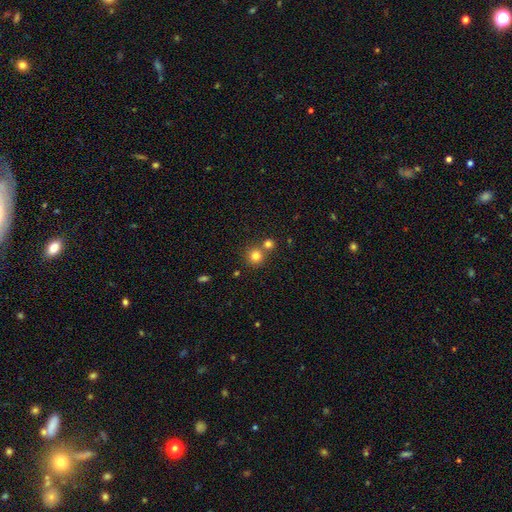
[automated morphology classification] This appears to be a smooth galaxy with no disk features (79%) that is round (92%). Merging: none (64%).